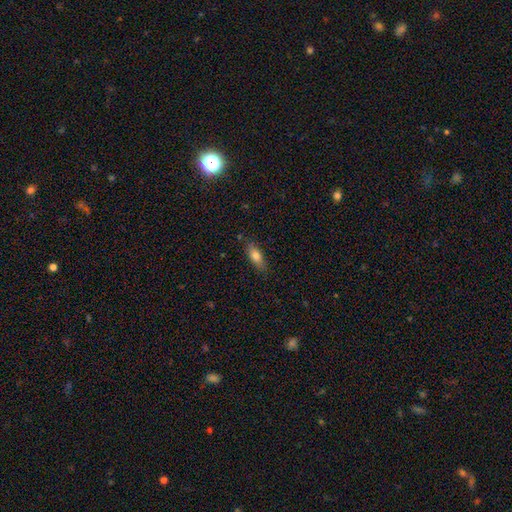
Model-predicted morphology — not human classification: smooth-or-featured: smooth: 73% | featured or disk: 19% | star or artifact: 7%
  how-rounded: in between: 69% | cigar-shaped: 28% | round: 3%
  merging: none: 82% | minor disturbance: 14% | major disturbance: 3% | merger: 2%